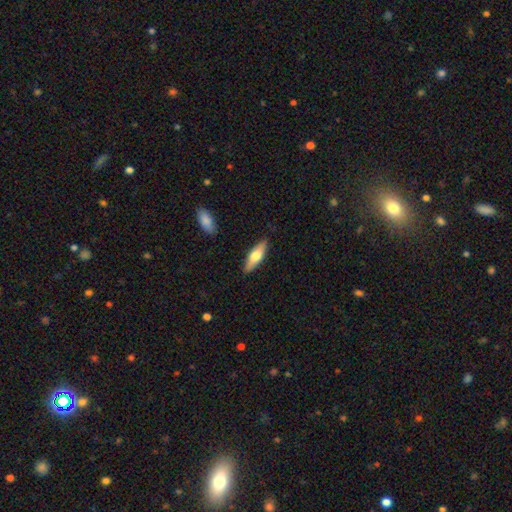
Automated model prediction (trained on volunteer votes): Smooth or featured? Predicted: smooth (p=0.57). How rounded? Predicted: in between (p=0.50). Merging? Predicted: none (p=0.88).